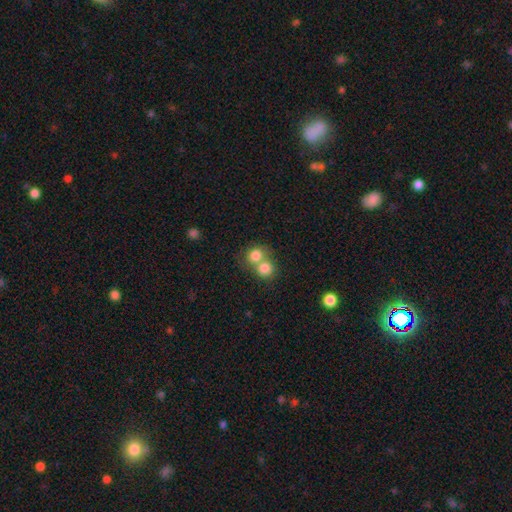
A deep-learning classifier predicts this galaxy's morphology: This appears to be a smooth galaxy with no disk features (79%) that is round (75%). Merging: merger (60%).